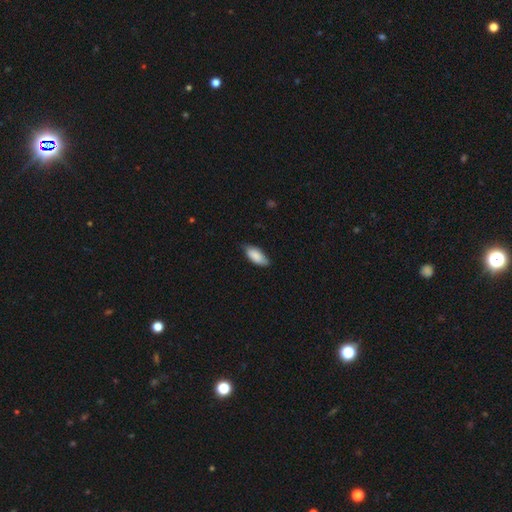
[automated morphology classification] Smooth or featured? smooth (87%)
How rounded? in between (85%)
Merging? none (74%)